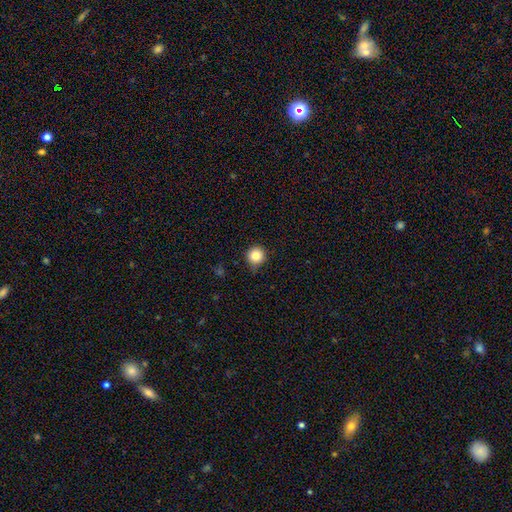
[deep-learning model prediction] Smooth or featured? smooth (83%)
How rounded? round (95%)
Merging? none (79%)